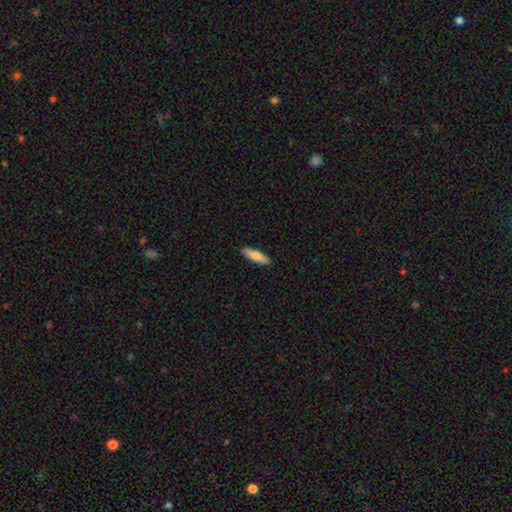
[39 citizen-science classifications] Smooth or featured?
  - smooth: 77% *
  - featured or disk: 21%
  - star or artifact: 3%
How rounded?
  - cigar-shaped: 80% *
  - in between: 20%
  - round: 0%
Merging?
  - none: 89% *
  - minor disturbance: 8%
  - major disturbance: 3%
  - merger: 0%